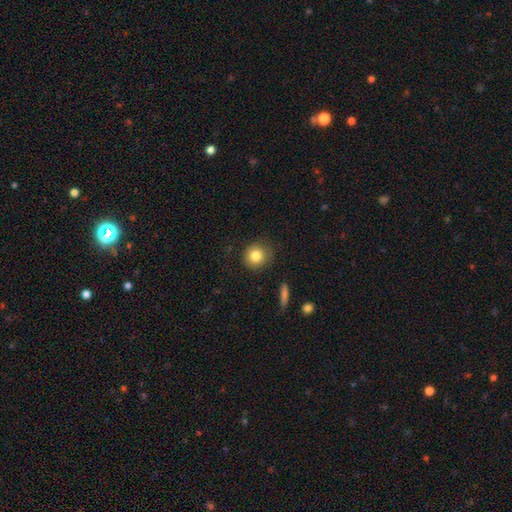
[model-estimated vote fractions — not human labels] This is clearly a smooth galaxy (82%). How rounded: clearly round (89%). Merging: clearly none (83%).